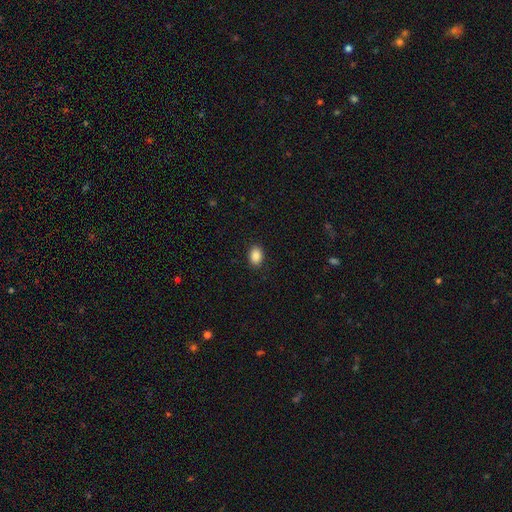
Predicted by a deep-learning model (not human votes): This is clearly a smooth galaxy (89%). How rounded: likely in between (74%). Merging: clearly none (90%).